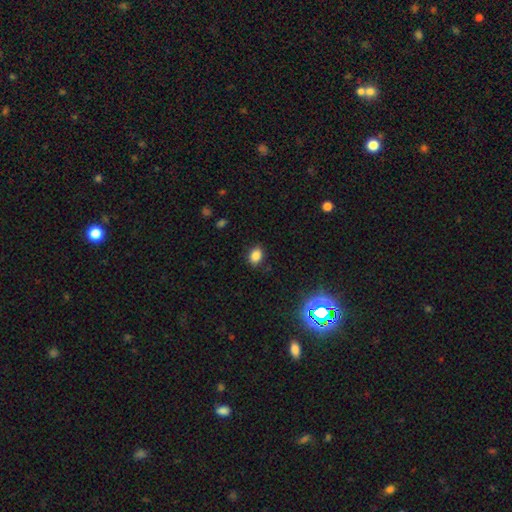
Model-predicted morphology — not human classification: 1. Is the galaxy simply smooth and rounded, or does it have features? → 84% smooth, 12% star or artifact, 4% featured or disk.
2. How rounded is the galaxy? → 68% in between, 31% round, 1% cigar-shaped.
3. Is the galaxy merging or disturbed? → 86% none, 10% minor disturbance, 3% major disturbance, 1% merger.